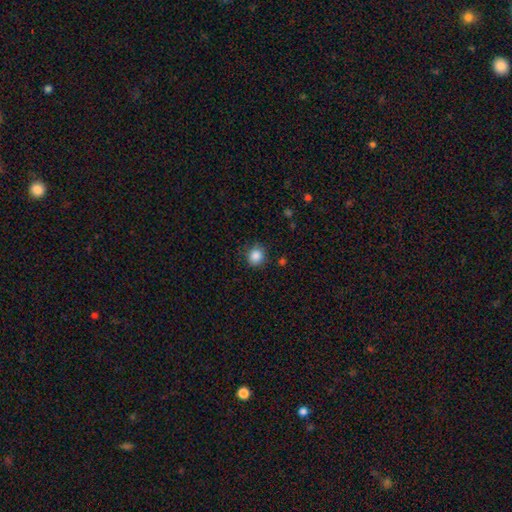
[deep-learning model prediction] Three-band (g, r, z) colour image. It shows a smooth galaxy with no disk features (86%) that is round (88%). Merging: none (85%).